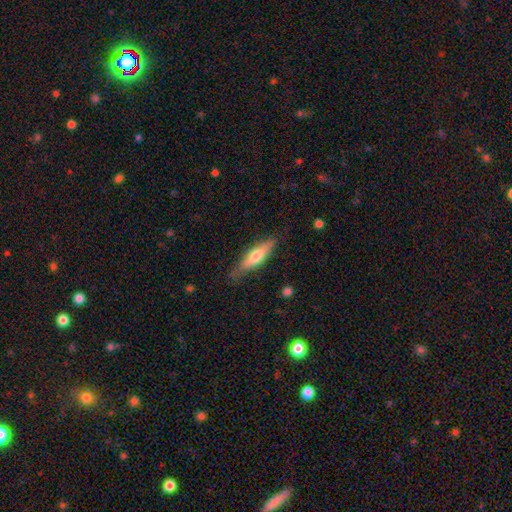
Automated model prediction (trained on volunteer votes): A smooth galaxy with no disk features (56%) that is cigar-shaped (70%). Merging: none (77%).